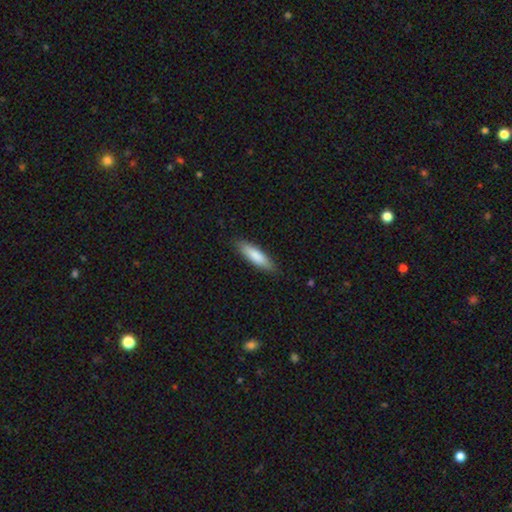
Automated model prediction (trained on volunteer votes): A smooth galaxy with no disk features (84%) that is cigar-shaped (62%).

Vote fractions:
- Smooth or featured? smooth: 84% / featured or disk: 11% / star or artifact: 5%
- How rounded? cigar-shaped: 62% / in between: 37% / round: 1%
- Merging? none: 86% / minor disturbance: 11% / major disturbance: 2% / merger: 1%